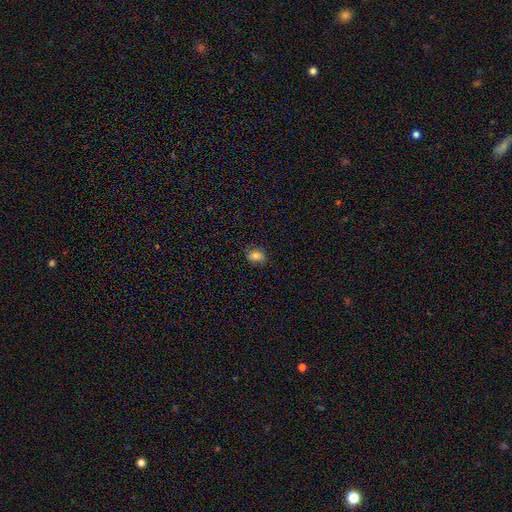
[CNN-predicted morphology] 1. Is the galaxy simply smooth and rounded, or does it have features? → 79% smooth, 11% star or artifact, 10% featured or disk.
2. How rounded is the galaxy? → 54% in between, 45% round, 1% cigar-shaped.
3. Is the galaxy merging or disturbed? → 83% none, 13% minor disturbance, 3% major disturbance, 1% merger.